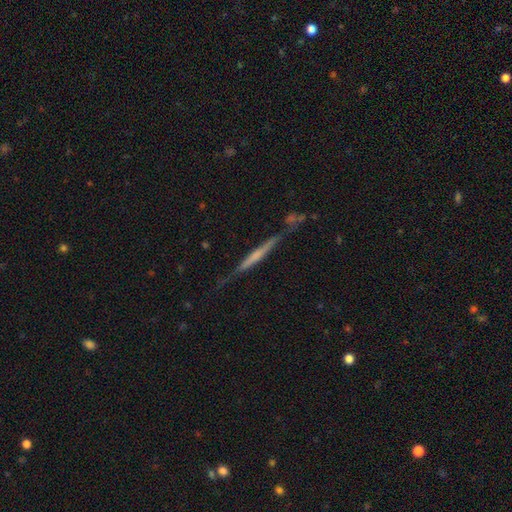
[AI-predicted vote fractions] smooth_or_featured: featured or disk (p=0.63) [alt: smooth p=0.30]
disk_edge_on: yes (p=0.96) [alt: no p=0.04]
edge_on_bulge: none (p=0.56) [alt: rounded p=0.29]
merging: none (p=0.73) [alt: minor disturbance p=0.17]